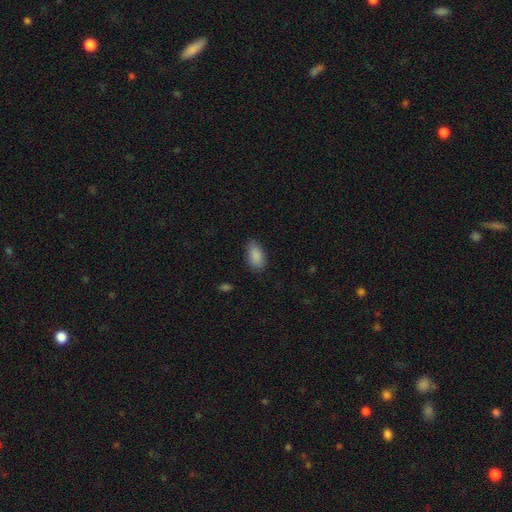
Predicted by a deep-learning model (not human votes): smooth_or_featured: smooth (p=0.89) [alt: star or artifact p=0.07]
how_rounded: in between (p=0.92) [alt: cigar-shaped p=0.04]
merging: none (p=0.81) [alt: minor disturbance p=0.15]